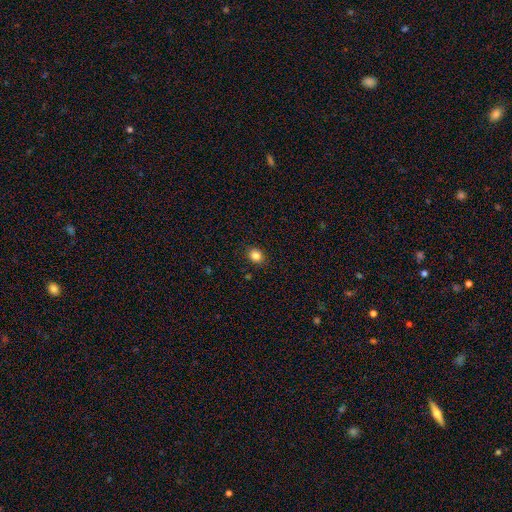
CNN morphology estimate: Q: Smooth or featured?
A: smooth (84%); runner-up: star or artifact (11%)
Q: How rounded?
A: round (60%); runner-up: in between (39%)
Q: Merging?
A: none (89%); runner-up: minor disturbance (8%)